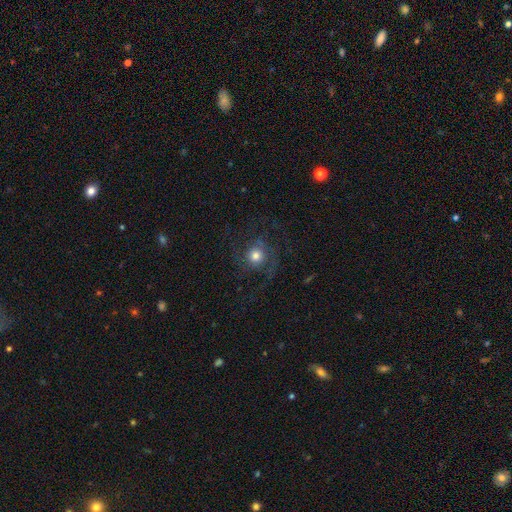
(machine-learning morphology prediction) Smooth or featured? Predicted: featured or disk (p=0.56). Edge-on disk? Predicted: no (p=0.97). Bar? Predicted: no (p=0.80). Spiral arms? Predicted: yes (p=0.86). Bulge size? Predicted: moderate (p=0.55). Merging? Predicted: none (p=0.64).